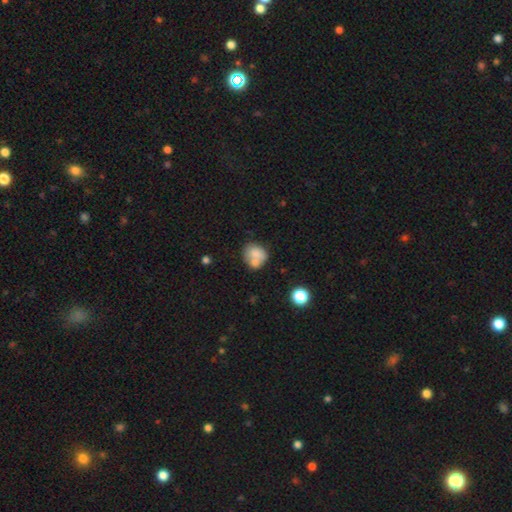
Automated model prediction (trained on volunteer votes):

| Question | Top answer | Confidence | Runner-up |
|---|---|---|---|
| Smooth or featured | smooth | 72% | featured or disk (18%) |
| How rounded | round | 63% | in between (36%) |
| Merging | merger | 41% | none (37%) |